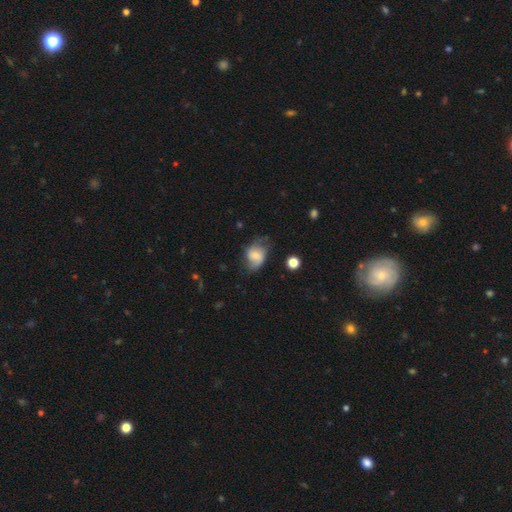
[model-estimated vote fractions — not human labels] smooth-or-featured: smooth: 52% | featured or disk: 39% | star or artifact: 9%
  how-rounded: in between: 64% | round: 35% | cigar-shaped: 1%
  merging: none: 49% | minor disturbance: 33% | major disturbance: 16% | merger: 2%